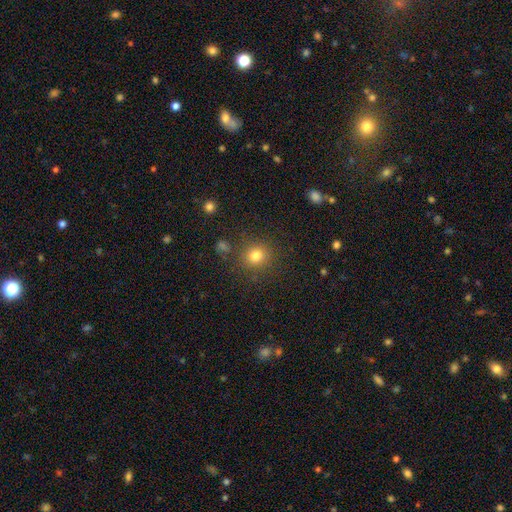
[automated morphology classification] Smooth or featured? smooth (80%)
How rounded? round (89%)
Merging? none (85%)